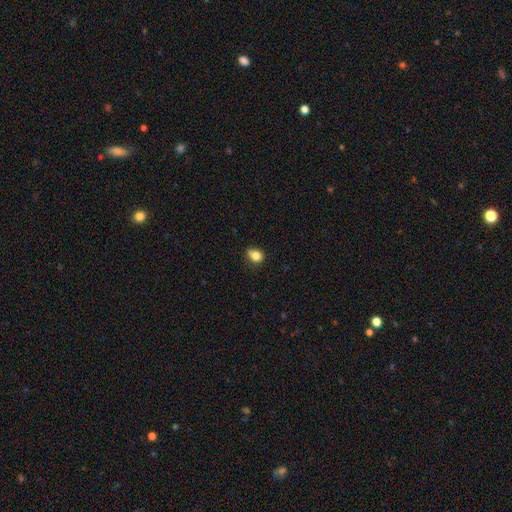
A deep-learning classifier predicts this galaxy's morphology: Q: Smooth or featured?
A: smooth (81%); runner-up: star or artifact (11%)
Q: How rounded?
A: round (61%); runner-up: in between (37%)
Q: Merging?
A: none (54%); runner-up: minor disturbance (33%)